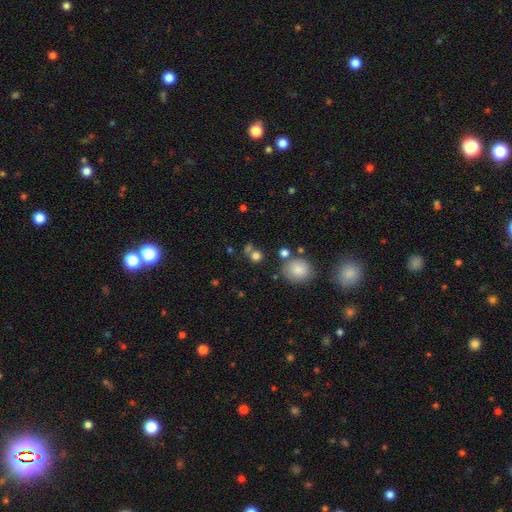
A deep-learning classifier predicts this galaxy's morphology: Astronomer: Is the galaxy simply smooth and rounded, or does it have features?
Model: smooth — 77%.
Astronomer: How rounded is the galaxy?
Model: round — 85%.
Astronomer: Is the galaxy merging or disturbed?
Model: none — 62%.